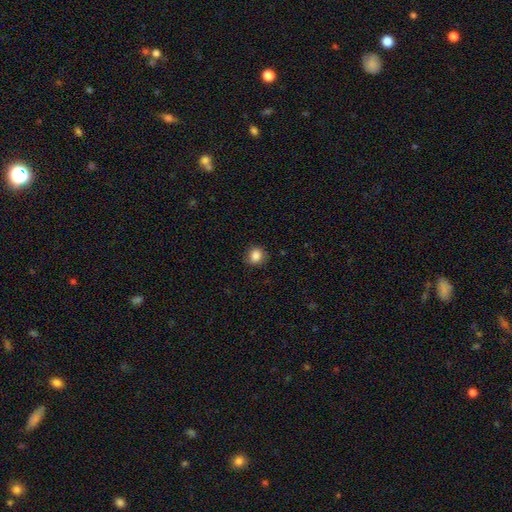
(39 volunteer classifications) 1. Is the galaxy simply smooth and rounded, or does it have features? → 87% smooth, 10% star or artifact, 3% featured or disk.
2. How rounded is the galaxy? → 79% round, 21% in between, 0% cigar-shaped.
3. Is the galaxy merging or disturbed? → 83% none, 11% minor disturbance, 6% major disturbance, 0% merger.